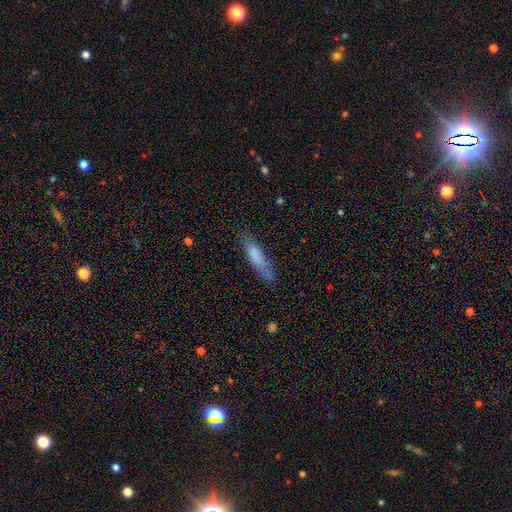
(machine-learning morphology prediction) Q: Smooth or featured?
A: smooth (74%); runner-up: featured or disk (19%)
Q: How rounded?
A: cigar-shaped (75%); runner-up: in between (23%)
Q: Merging?
A: none (65%); runner-up: minor disturbance (24%)